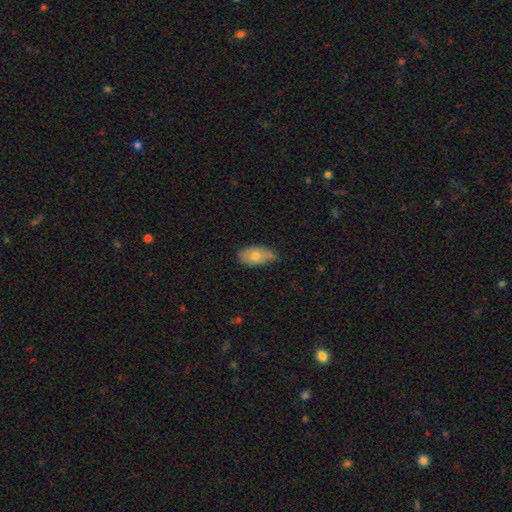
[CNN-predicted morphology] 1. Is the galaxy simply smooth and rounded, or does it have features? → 70% smooth, 23% featured or disk, 8% star or artifact.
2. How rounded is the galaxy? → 91% in between, 5% round, 4% cigar-shaped.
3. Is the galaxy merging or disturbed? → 62% none, 31% minor disturbance, 4% major disturbance, 3% merger.